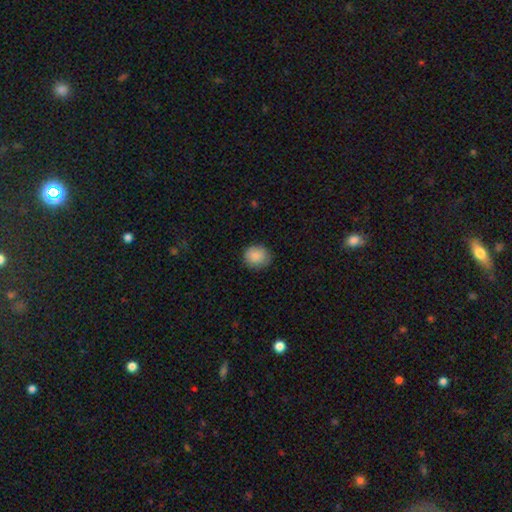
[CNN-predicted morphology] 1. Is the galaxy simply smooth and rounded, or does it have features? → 87% smooth, 7% star or artifact, 6% featured or disk.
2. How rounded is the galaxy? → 75% round, 24% in between, 1% cigar-shaped.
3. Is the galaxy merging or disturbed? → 83% none, 13% minor disturbance, 3% major disturbance, 1% merger.